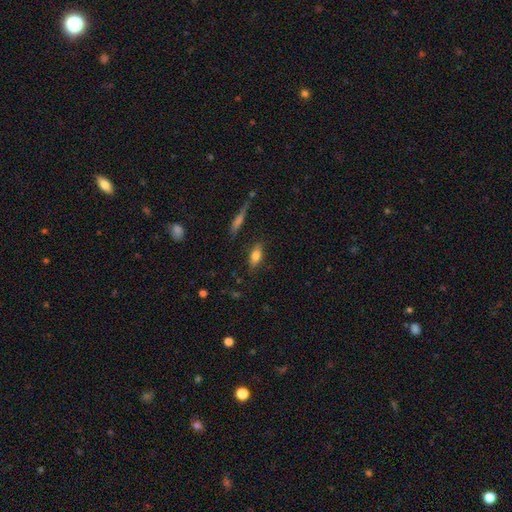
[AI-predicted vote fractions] Smooth or featured? Predicted: smooth (p=0.76). How rounded? Predicted: in between (p=0.79). Merging? Predicted: none (p=0.80).